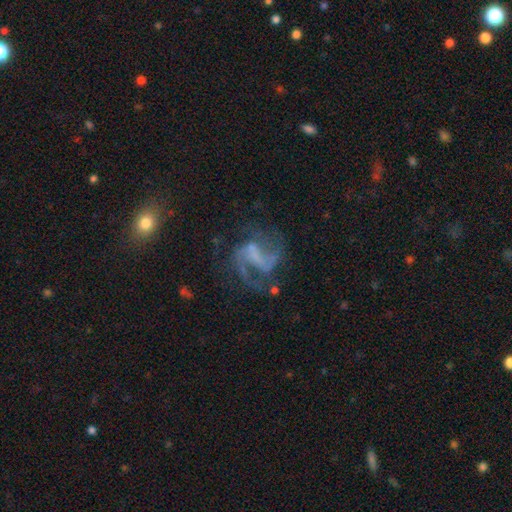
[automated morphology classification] A featured or disk galaxy (81%) with a weak bar (42%), 2 (71%) medium (47%) spiral arms (91%) and no central bulge (58%). Merging: none (53%).